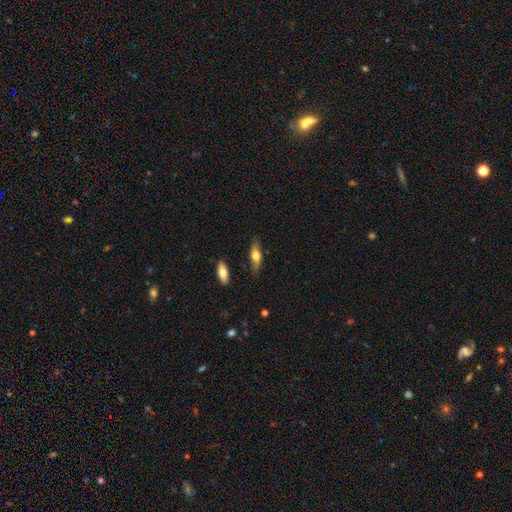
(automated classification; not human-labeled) The model was most divided on "how rounded": in between: 52%, cigar-shaped: 44%, round: 4%. More confident: merging — none (75%); smooth or featured — smooth (55%).